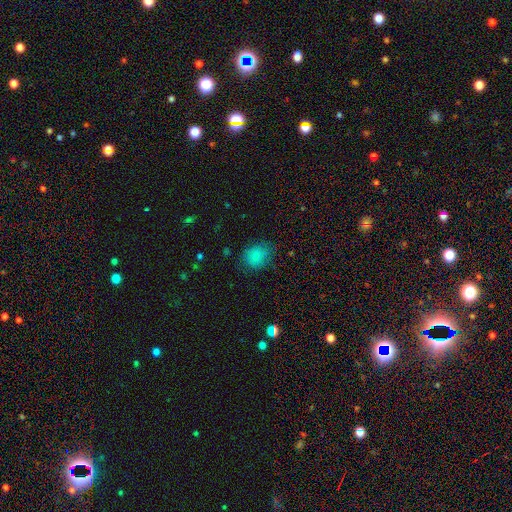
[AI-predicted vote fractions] smooth 80%, star or artifact 15%, featured or disk 6%. Down the decision tree: how rounded — round (52%); merging — none (74%).